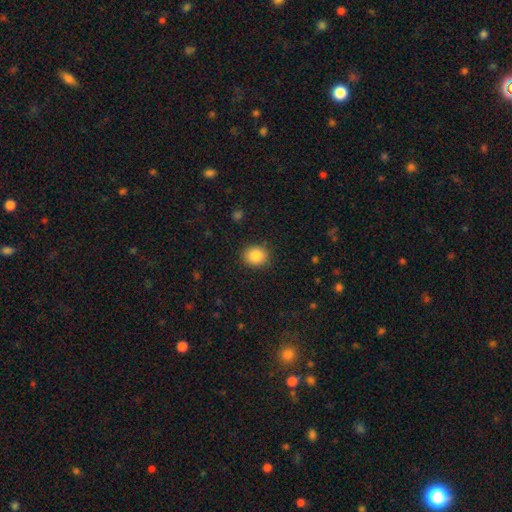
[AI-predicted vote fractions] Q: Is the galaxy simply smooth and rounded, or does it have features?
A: smooth — 85%.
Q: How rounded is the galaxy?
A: round — 71%.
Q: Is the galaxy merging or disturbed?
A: none — 88%.